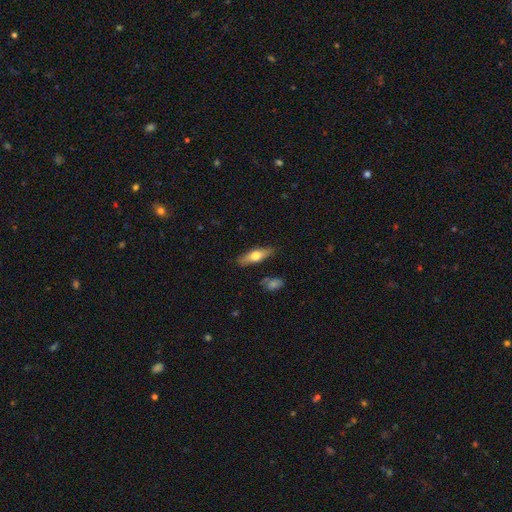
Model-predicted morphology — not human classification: type=smooth (56%); roundness=cigar-shaped (49%); merging=none (83%).